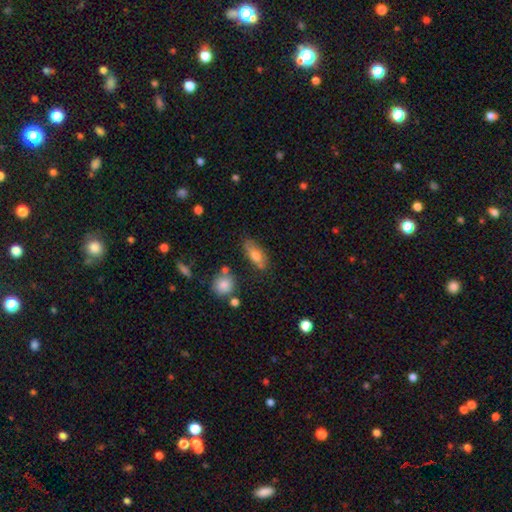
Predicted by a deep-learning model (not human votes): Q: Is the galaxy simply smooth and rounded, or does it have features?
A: smooth — 73%.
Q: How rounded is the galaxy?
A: in between — 78%.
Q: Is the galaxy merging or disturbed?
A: none — 63%.